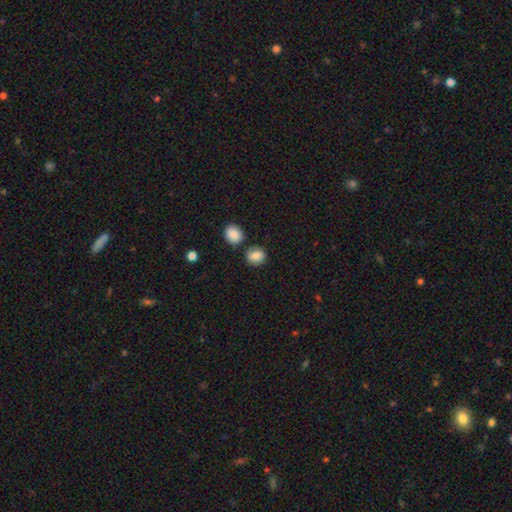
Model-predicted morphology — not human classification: smooth-or-featured: smooth: 84% | star or artifact: 9% | featured or disk: 7%
  how-rounded: round: 75% | in between: 24% | cigar-shaped: 1%
  merging: none: 79% | minor disturbance: 11% | merger: 8% | major disturbance: 3%